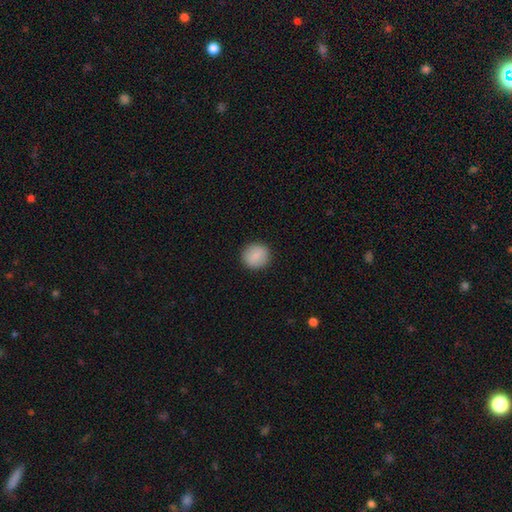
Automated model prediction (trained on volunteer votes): This is clearly a smooth galaxy (86%). How rounded: clearly round (90%). Merging: clearly none (91%).